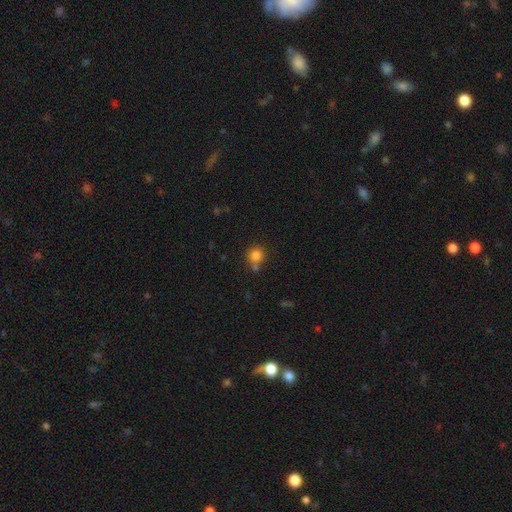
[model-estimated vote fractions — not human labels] Smooth or featured? Predicted: smooth (p=0.82). How rounded? Predicted: round (p=0.92). Merging? Predicted: none (p=0.67).